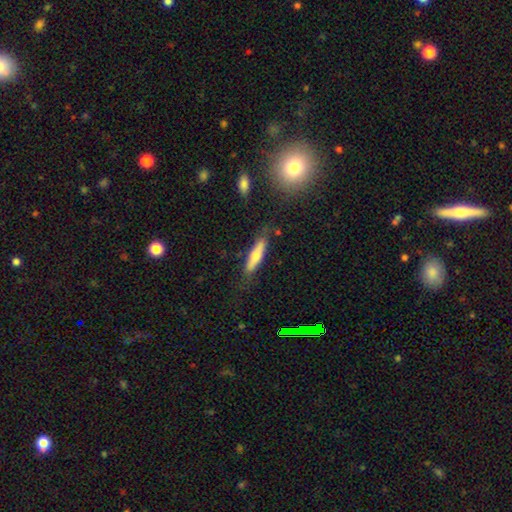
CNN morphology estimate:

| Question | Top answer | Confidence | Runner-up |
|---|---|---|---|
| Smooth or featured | smooth | 61% | featured or disk (32%) |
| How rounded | cigar-shaped | 80% | in between (18%) |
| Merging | none | 78% | minor disturbance (16%) |